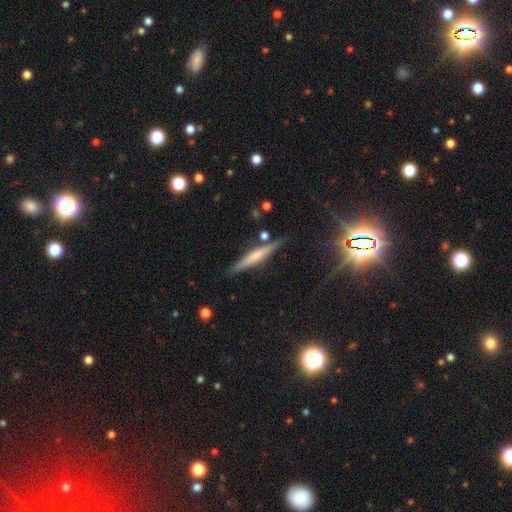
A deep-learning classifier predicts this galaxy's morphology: smooth_or_featured: featured or disk (p=0.50) [alt: smooth p=0.41]
merging: none (p=0.82) [alt: minor disturbance p=0.11]